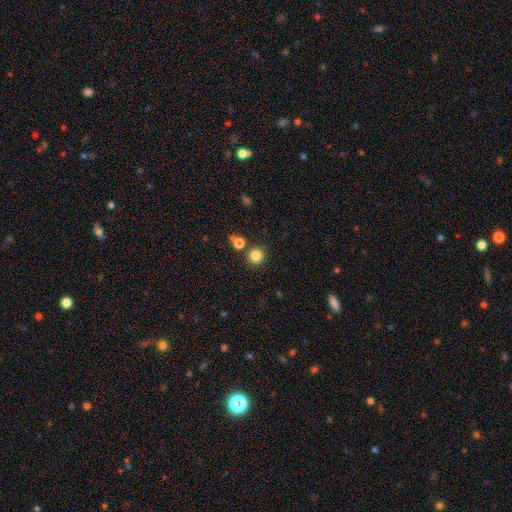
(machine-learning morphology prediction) Smooth or featured?
  - smooth: 82% *
  - star or artifact: 13%
  - featured or disk: 5%
How rounded?
  - round: 94% *
  - in between: 5%
  - cigar-shaped: 1%
Merging?
  - none: 84% *
  - merger: 7%
  - minor disturbance: 7%
  - major disturbance: 2%